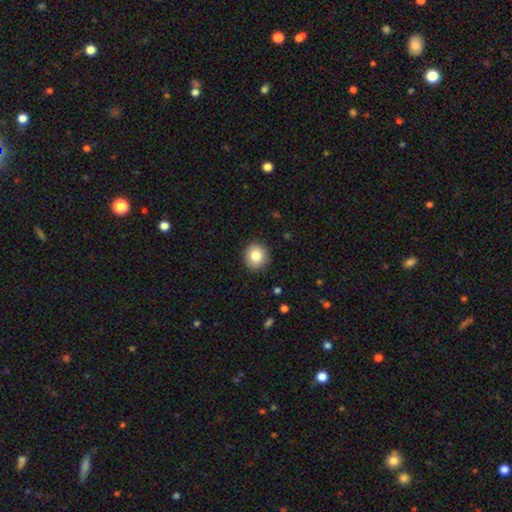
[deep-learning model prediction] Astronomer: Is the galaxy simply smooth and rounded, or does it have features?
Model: smooth — 83%.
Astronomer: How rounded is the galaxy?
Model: round — 87%.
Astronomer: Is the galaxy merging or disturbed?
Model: none — 91%.